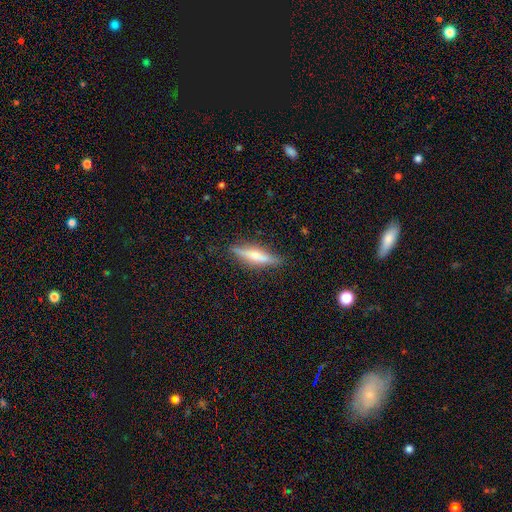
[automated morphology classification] This is possibly a smooth galaxy (47%). Merging: clearly none (85%).